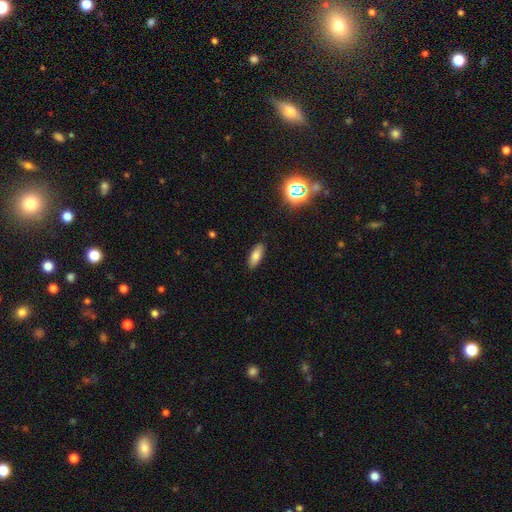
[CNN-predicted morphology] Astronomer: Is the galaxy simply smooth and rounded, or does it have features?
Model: smooth — 80%.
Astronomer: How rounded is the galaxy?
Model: in between — 76%.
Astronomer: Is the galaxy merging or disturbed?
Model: none — 88%.